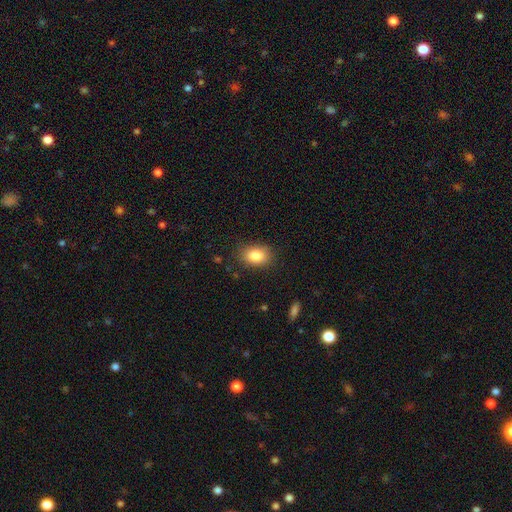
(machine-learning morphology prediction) Smooth or featured?
  - smooth: 84% *
  - star or artifact: 9%
  - featured or disk: 7%
How rounded?
  - in between: 79% *
  - round: 20%
  - cigar-shaped: 1%
Merging?
  - none: 83% *
  - minor disturbance: 12%
  - major disturbance: 3%
  - merger: 1%